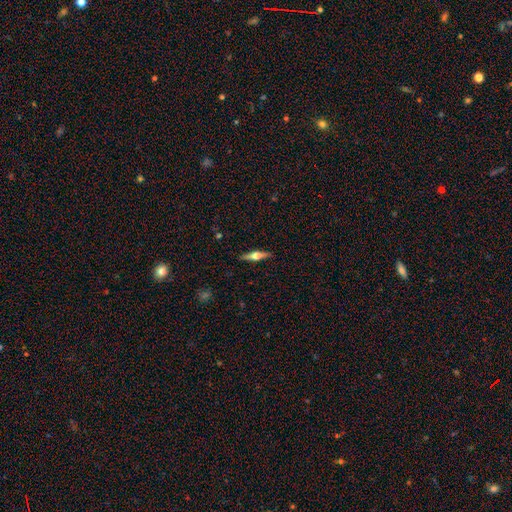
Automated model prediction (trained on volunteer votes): A featured or disk galaxy (67%) viewed edge-on (97%) with a rounded central bulge (94%).

Vote fractions:
- Smooth or featured? featured or disk: 67% / smooth: 27% / star or artifact: 6%
- Edge-on disk? yes: 97% / no: 3%
- Edge-on bulge? rounded: 94% / boxy: 4% / none: 2%
- Merging? none: 90% / minor disturbance: 7% / major disturbance: 2% / merger: 1%